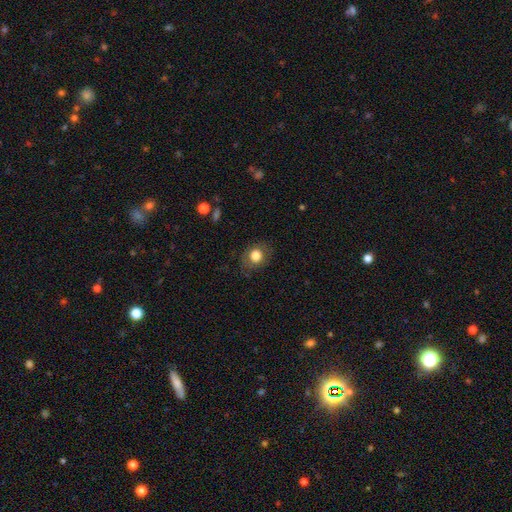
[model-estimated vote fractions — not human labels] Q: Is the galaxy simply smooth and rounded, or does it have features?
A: smooth — 79%.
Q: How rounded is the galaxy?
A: round — 55%.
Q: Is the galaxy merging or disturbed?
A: none — 81%.